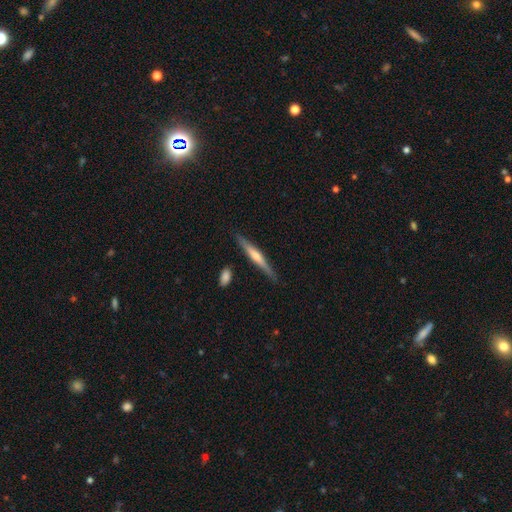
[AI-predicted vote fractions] Smooth or featured? Predicted: featured or disk (p=0.65). Edge-on disk? Predicted: yes (p=0.97). Edge-on bulge? Predicted: rounded (p=0.71). Merging? Predicted: none (p=0.85).